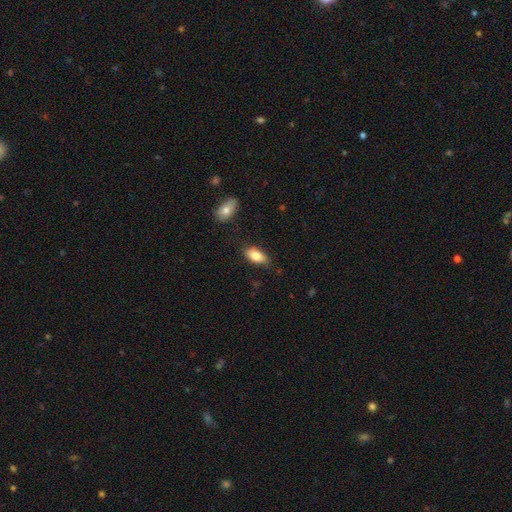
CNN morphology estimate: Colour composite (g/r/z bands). It shows a smooth galaxy with no disk features (82%) that is in between round and cigar-shaped (90%). Merging: none (80%).